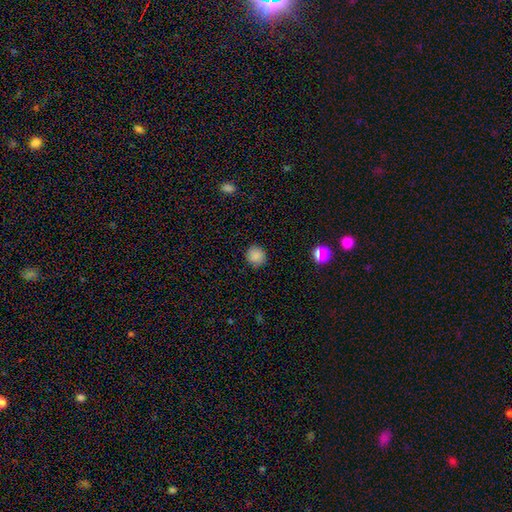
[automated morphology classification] This appears to be a smooth galaxy with no disk features (84%) that is round (92%). Merging: none (87%).